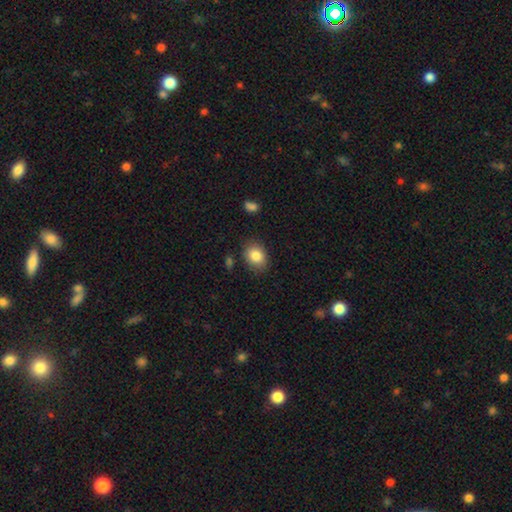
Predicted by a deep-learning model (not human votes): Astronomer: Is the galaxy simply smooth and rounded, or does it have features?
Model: smooth — 84%.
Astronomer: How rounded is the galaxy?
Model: in between — 61% (runner-up: round, 38%).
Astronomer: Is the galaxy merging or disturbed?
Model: none — 82%.